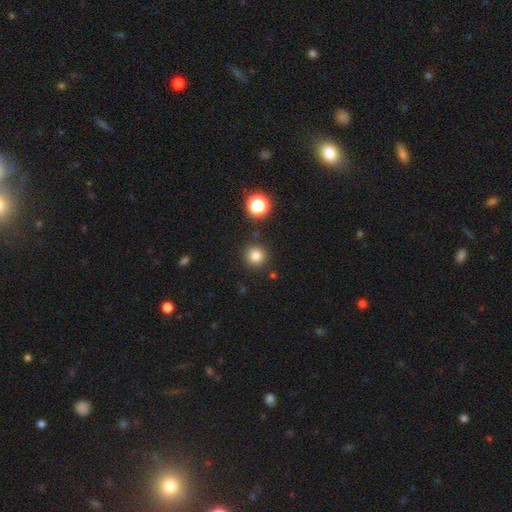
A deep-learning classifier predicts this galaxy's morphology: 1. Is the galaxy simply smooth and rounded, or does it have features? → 80% smooth, 14% star or artifact, 6% featured or disk.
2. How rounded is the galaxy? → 94% round, 5% in between, 1% cigar-shaped.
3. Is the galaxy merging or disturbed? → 88% none, 7% minor disturbance, 3% merger, 3% major disturbance.